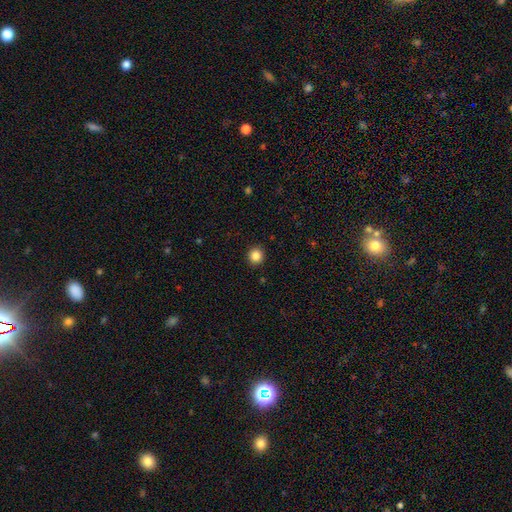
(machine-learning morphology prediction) smooth 85%, star or artifact 11%, featured or disk 4%. Down the decision tree: how rounded — round (91%); merging — none (92%).